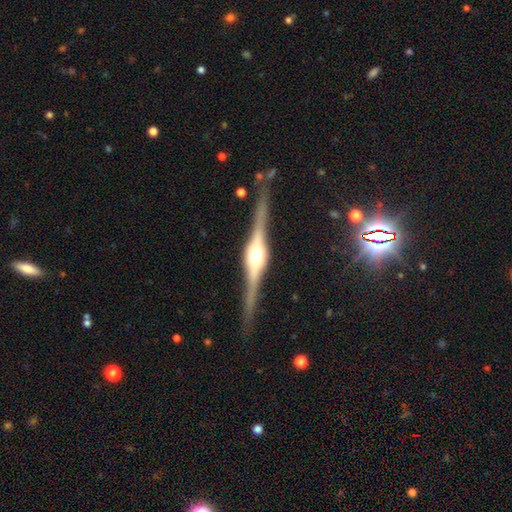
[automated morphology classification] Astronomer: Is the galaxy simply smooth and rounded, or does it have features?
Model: featured or disk — 87%.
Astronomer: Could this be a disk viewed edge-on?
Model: yes — 98%.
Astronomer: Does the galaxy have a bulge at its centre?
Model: rounded — 92%.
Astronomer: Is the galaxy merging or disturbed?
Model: none — 87%.